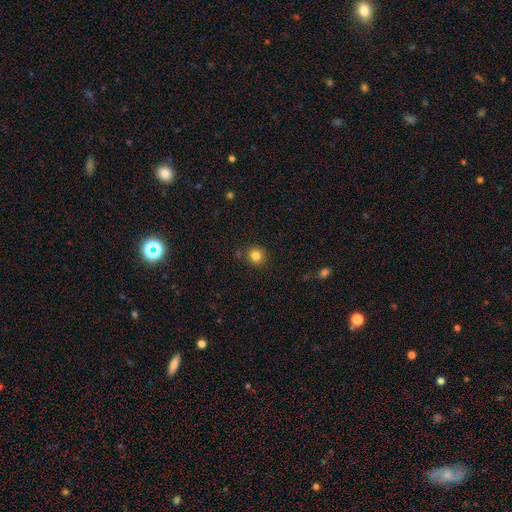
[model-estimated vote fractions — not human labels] Smooth or featured? smooth (83%)
How rounded? round (92%)
Merging? none (86%)